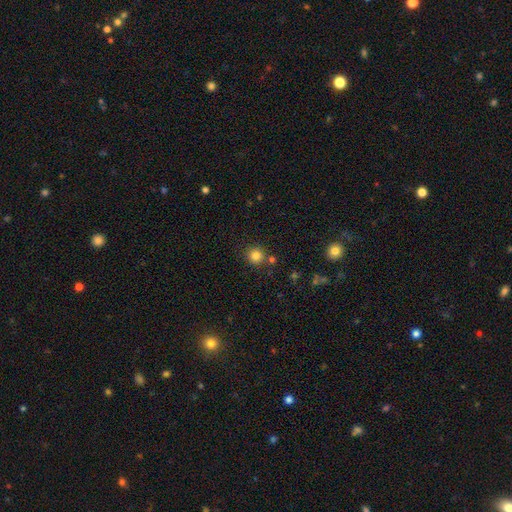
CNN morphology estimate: smooth_or_featured: smooth (p=0.83) [alt: star or artifact p=0.12]
how_rounded: round (p=0.93) [alt: in between p=0.06]
merging: none (p=0.81) [alt: merger p=0.09]